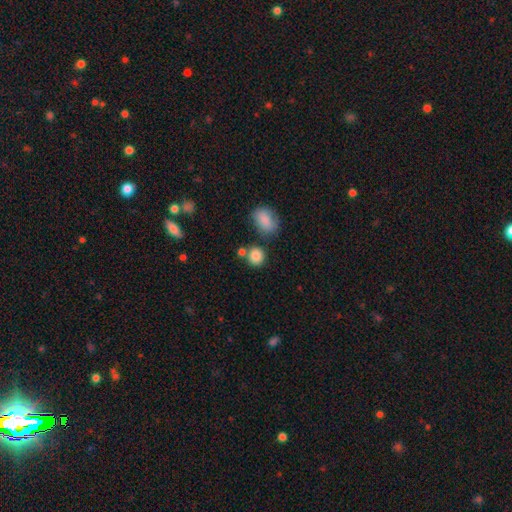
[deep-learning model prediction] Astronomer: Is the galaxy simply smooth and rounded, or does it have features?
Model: smooth — 85%.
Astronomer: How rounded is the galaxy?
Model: round — 83%.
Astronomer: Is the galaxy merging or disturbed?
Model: none — 69%.